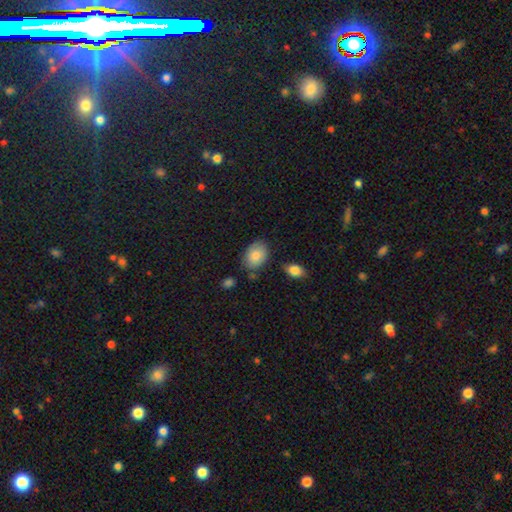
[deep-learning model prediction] Morphology: type=smooth (83%); roundness=in between (82%); merging=none (69%).